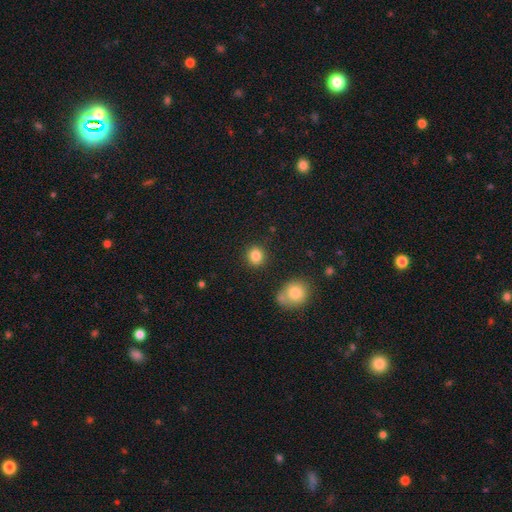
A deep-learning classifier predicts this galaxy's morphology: This is clearly a smooth galaxy (85%). How rounded: clearly round (85%). Merging: clearly none (88%).